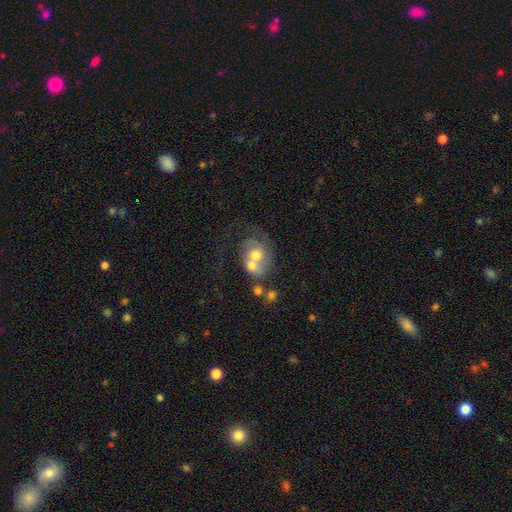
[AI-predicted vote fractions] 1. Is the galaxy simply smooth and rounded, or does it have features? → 48% featured or disk, 44% smooth, 8% star or artifact.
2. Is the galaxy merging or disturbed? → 60% merger, 18% none, 12% major disturbance, 9% minor disturbance.